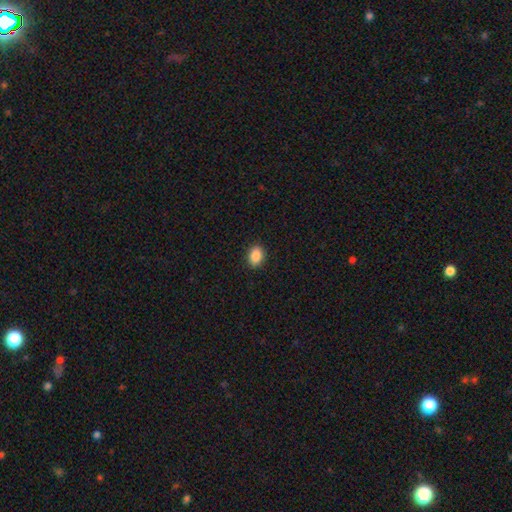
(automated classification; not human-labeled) This is clearly a smooth galaxy (89%). How rounded: likely in between (79%). Merging: clearly none (89%).